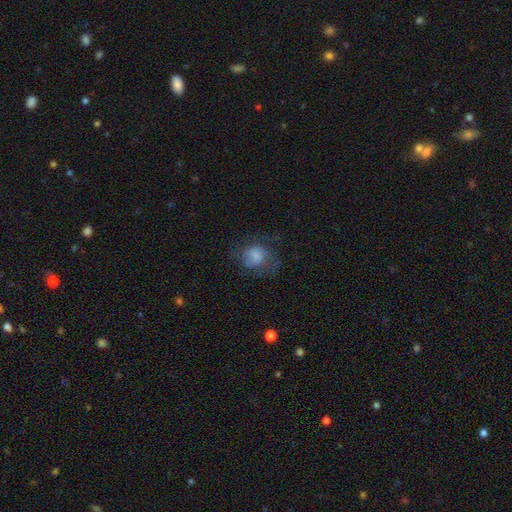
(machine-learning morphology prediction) smooth-or-featured: smooth: 59% | featured or disk: 31% | star or artifact: 10%
  how-rounded: round: 63% | in between: 36% | cigar-shaped: 1%
  merging: none: 48% | major disturbance: 27% | minor disturbance: 24% | merger: 2%